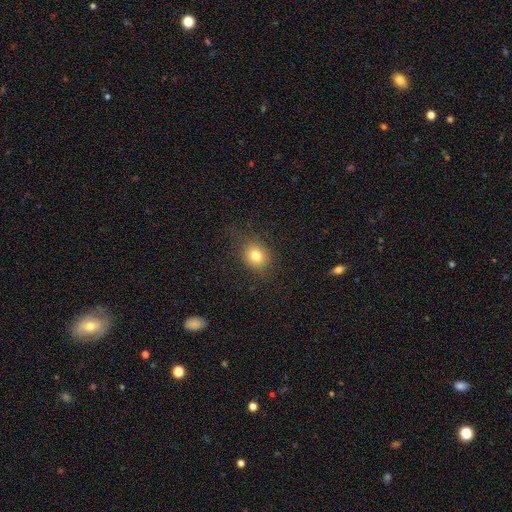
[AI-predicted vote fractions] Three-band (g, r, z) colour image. It shows a smooth galaxy with no disk features (78%) that is round (61%). Merging: none (79%).